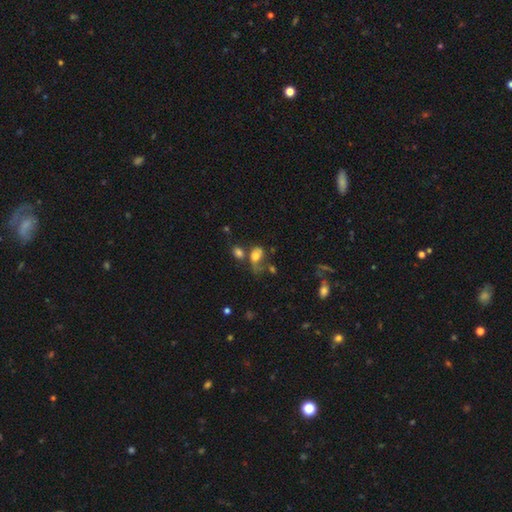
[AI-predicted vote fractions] Smooth or featured: smooth — 68% (featured or disk — 20%)
How rounded: in between — 77% (round — 20%)
Merging: merger — 30% (none — 28%)